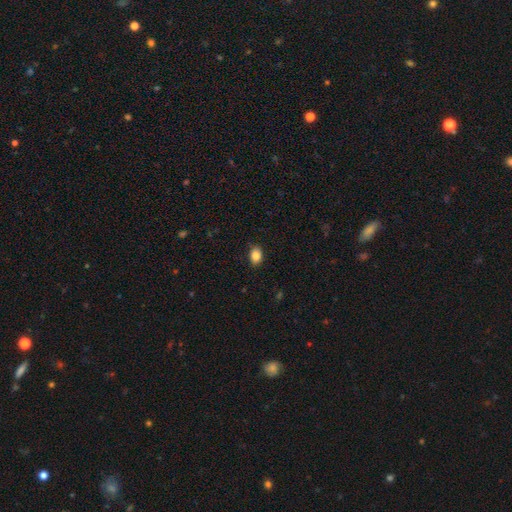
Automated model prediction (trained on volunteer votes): A smooth galaxy with no disk features (86%) that is in between round and cigar-shaped (77%).

Vote fractions:
- Smooth or featured? smooth: 86% / star or artifact: 9% / featured or disk: 5%
- How rounded? in between: 77% / round: 22% / cigar-shaped: 1%
- Merging? none: 86% / minor disturbance: 11% / major disturbance: 2% / merger: 1%